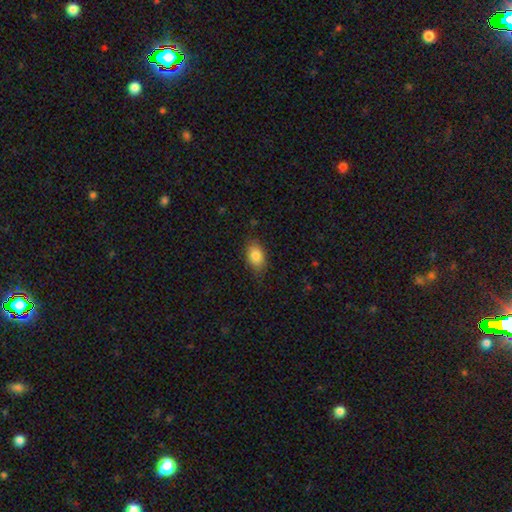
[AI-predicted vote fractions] The model was most divided on "merging": none: 78%, minor disturbance: 17%, major disturbance: 4%, merger: 1%. More confident: how rounded — in between (86%); smooth or featured — smooth (84%).